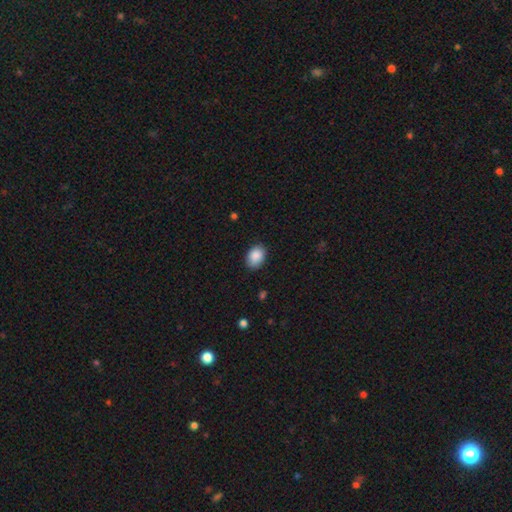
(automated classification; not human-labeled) A smooth galaxy with no disk features (89%) that is in between round and cigar-shaped (75%).

Vote fractions:
- Smooth or featured? smooth: 89% / star or artifact: 7% / featured or disk: 4%
- How rounded? in between: 75% / round: 24% / cigar-shaped: 1%
- Merging? none: 83% / minor disturbance: 14% / major disturbance: 2% / merger: 1%